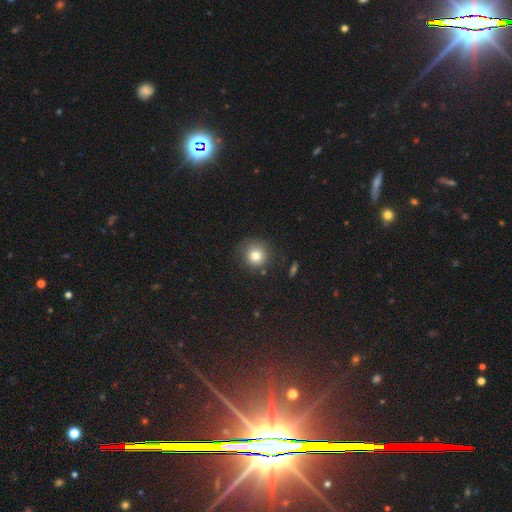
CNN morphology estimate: Smooth or featured? smooth (80%)
How rounded? round (92%)
Merging? none (82%)